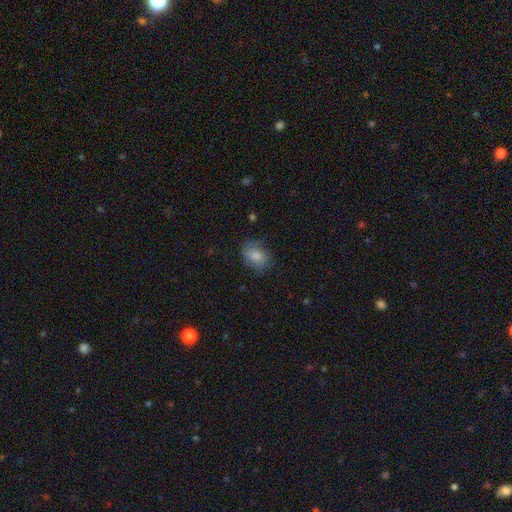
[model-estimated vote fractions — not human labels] This appears to be a smooth galaxy with no disk features (75%) that is in between round and cigar-shaped (64%). Merging: none (69%).